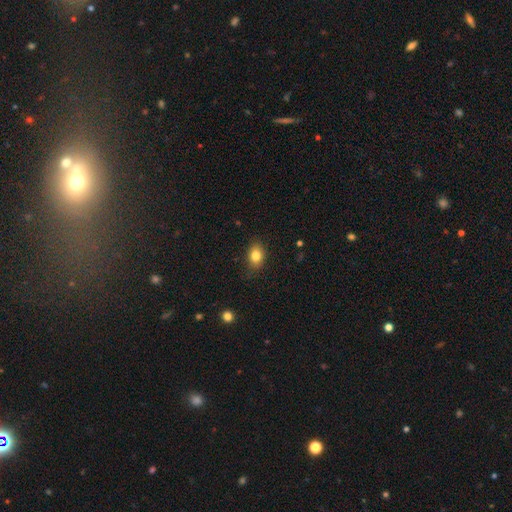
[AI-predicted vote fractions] Morphology: type=smooth (82%); roundness=in between (74%); merging=none (79%).